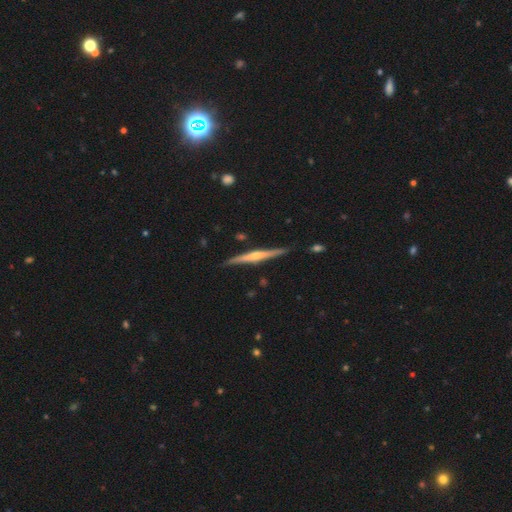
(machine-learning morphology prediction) A featured or disk galaxy (79%) viewed edge-on (98%) with a rounded central bulge (78%).

Vote fractions:
- Smooth or featured? featured or disk: 79% / smooth: 16% / star or artifact: 5%
- Edge-on disk? yes: 98% / no: 2%
- Edge-on bulge? rounded: 78% / none: 14% / boxy: 8%
- Merging? none: 89% / minor disturbance: 8% / merger: 2% / major disturbance: 1%